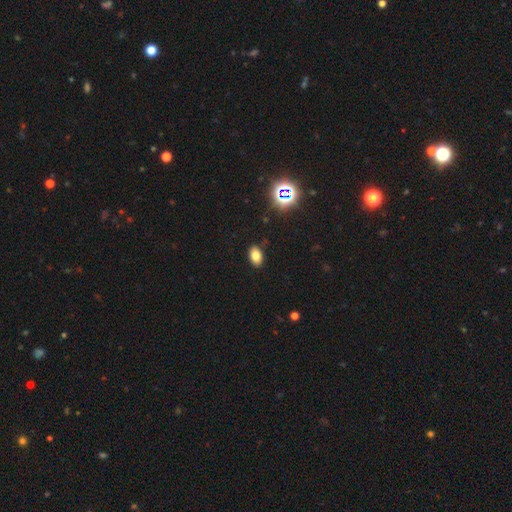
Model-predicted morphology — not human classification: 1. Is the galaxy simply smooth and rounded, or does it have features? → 77% smooth, 14% star or artifact, 9% featured or disk.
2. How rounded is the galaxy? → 88% in between, 10% round, 2% cigar-shaped.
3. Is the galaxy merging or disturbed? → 88% none, 9% minor disturbance, 2% major disturbance, 1% merger.